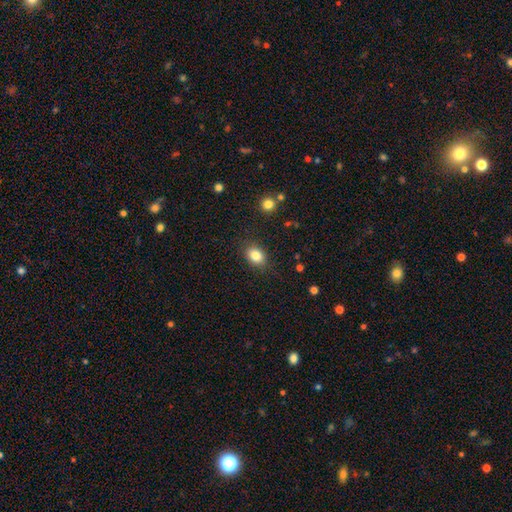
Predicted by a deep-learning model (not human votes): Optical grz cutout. It shows a smooth galaxy with no disk features (85%) that is in between round and cigar-shaped (70%). Merging: none (84%).